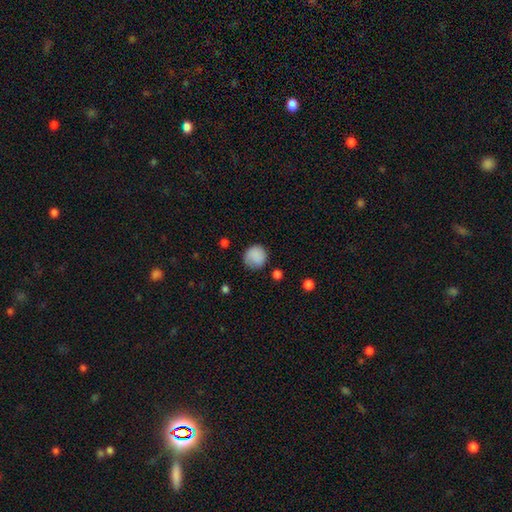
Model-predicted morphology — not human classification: type=smooth (86%); roundness=round (90%); merging=none (76%).